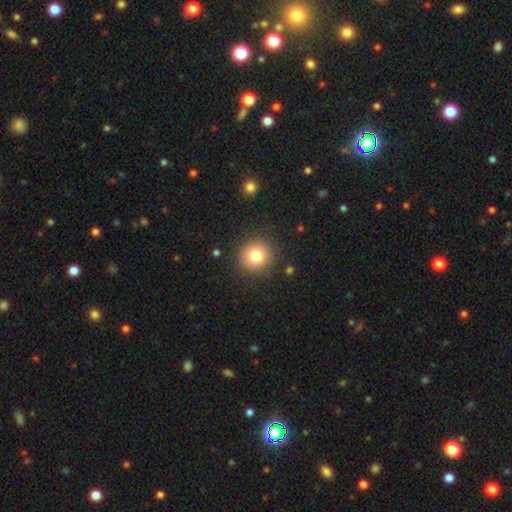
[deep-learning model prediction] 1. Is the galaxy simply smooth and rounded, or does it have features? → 80% smooth, 11% star or artifact, 9% featured or disk.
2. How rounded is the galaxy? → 90% round, 9% in between, 1% cigar-shaped.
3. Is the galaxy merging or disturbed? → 89% none, 7% minor disturbance, 3% major disturbance, 1% merger.